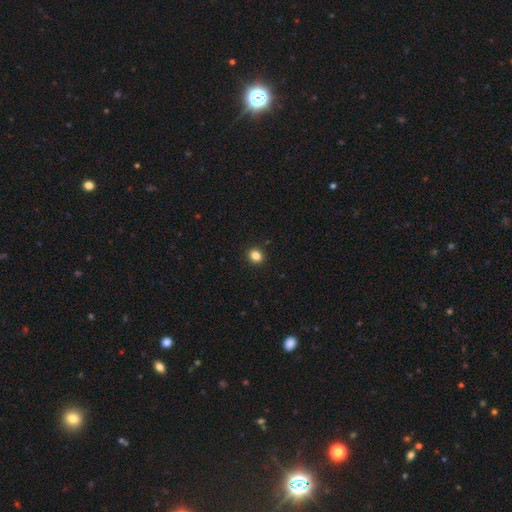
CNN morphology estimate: A smooth galaxy with no disk features (84%) that is round (77%). Merging: none (92%).